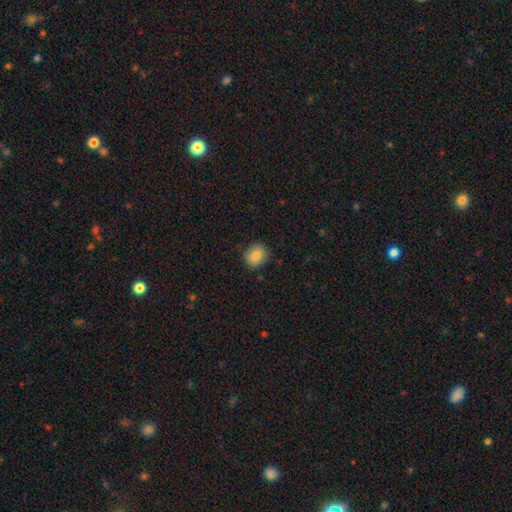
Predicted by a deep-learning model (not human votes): smooth-or-featured: smooth: 84% | star or artifact: 9% | featured or disk: 7%
  how-rounded: round: 67% | in between: 32% | cigar-shaped: 1%
  merging: none: 85% | minor disturbance: 11% | major disturbance: 3% | merger: 1%